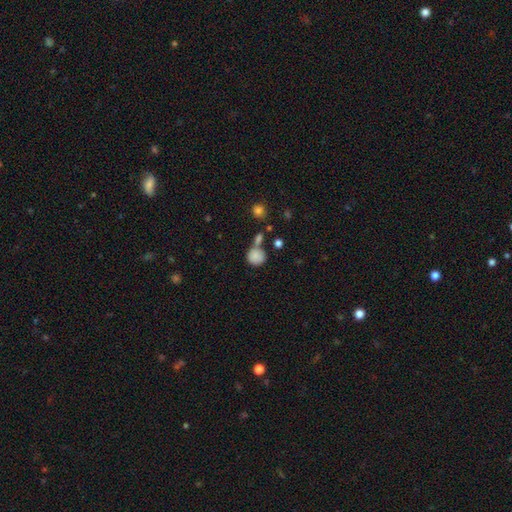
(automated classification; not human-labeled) This appears to be a smooth galaxy with no disk features (84%) that is round (87%). Merging: none (55%).